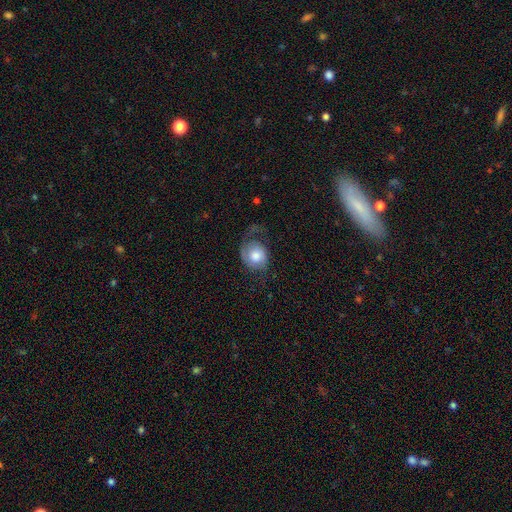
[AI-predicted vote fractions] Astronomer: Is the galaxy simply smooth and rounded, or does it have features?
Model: smooth — 53% (runner-up: featured or disk, 39%).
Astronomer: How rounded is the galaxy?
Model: round — 67%.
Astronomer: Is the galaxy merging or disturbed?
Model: none — 40% (runner-up: major disturbance, 34%).